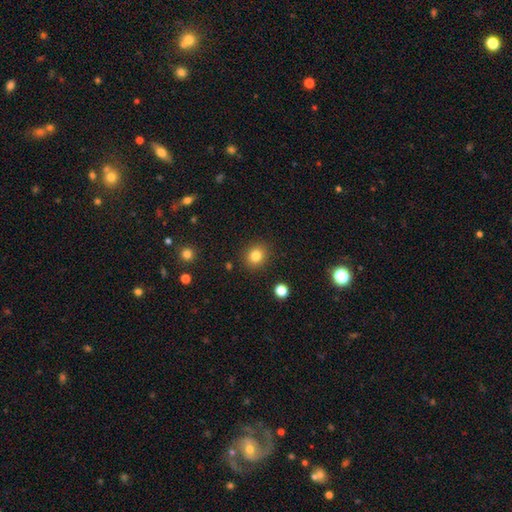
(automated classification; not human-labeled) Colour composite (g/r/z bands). It shows a smooth galaxy with no disk features (82%) that is round (75%). Merging: none (89%).